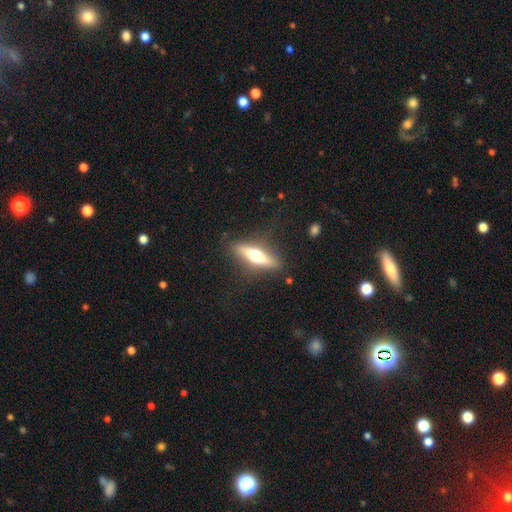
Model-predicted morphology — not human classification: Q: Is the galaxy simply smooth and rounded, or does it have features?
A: featured or disk — 57%.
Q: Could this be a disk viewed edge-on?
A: yes — 91%.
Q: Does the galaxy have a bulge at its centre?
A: rounded — 94%.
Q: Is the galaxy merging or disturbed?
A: none — 84%.